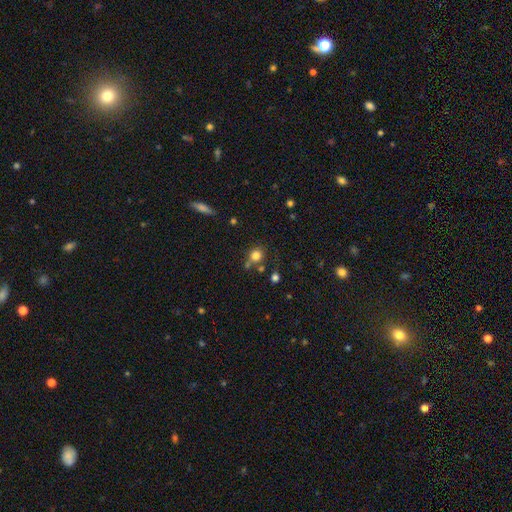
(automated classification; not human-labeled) A smooth galaxy with no disk features (78%) that is round (80%). Merging: none (63%).